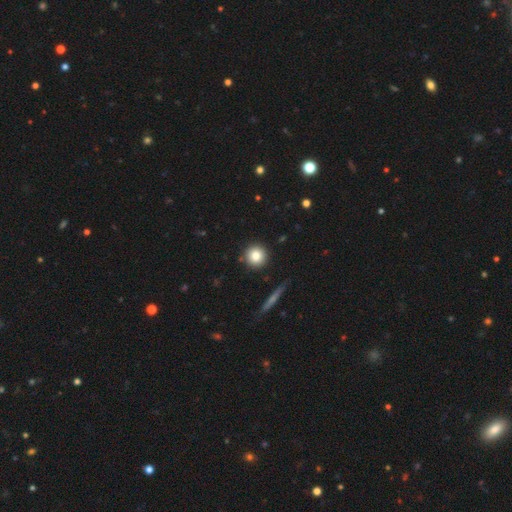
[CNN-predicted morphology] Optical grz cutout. It shows a smooth galaxy with no disk features (83%) that is round (95%). Merging: none (89%).